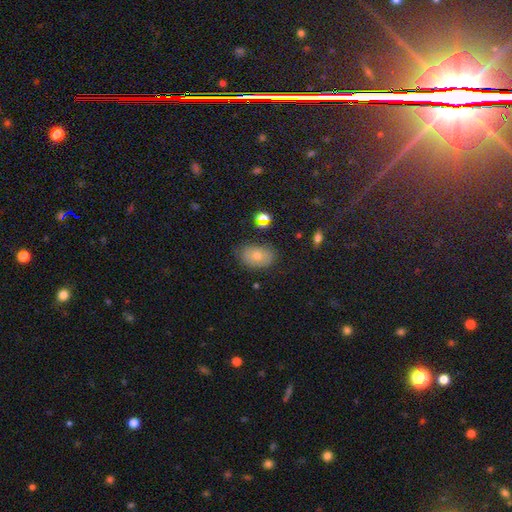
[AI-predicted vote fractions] This appears to be a smooth galaxy with no disk features (65%) that is in between round and cigar-shaped (82%). Merging: none (76%).